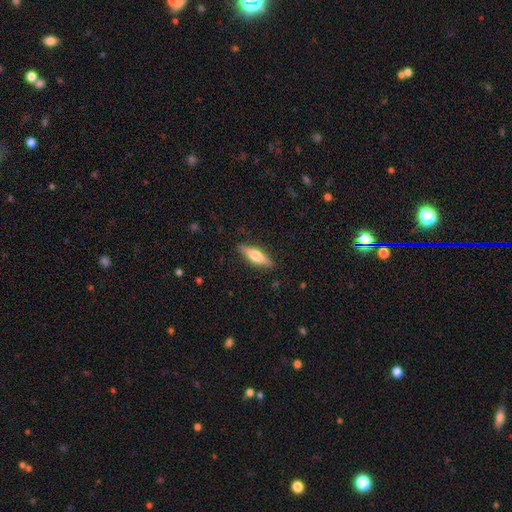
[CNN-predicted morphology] smooth 48%, featured or disk 46%, star or artifact 6%. Down the decision tree: merging — none (88%).